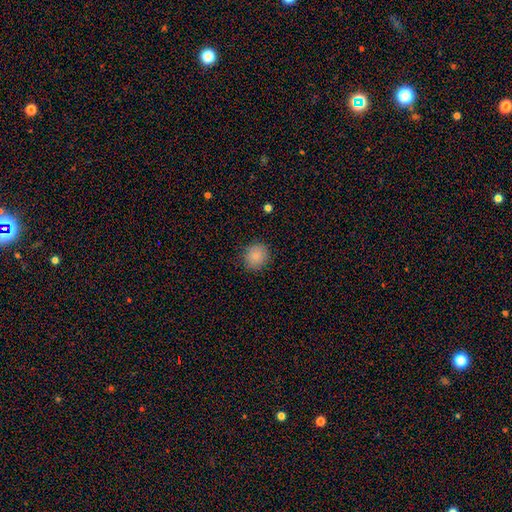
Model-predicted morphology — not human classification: Smooth or featured? smooth (85%)
How rounded? round (82%)
Merging? none (86%)